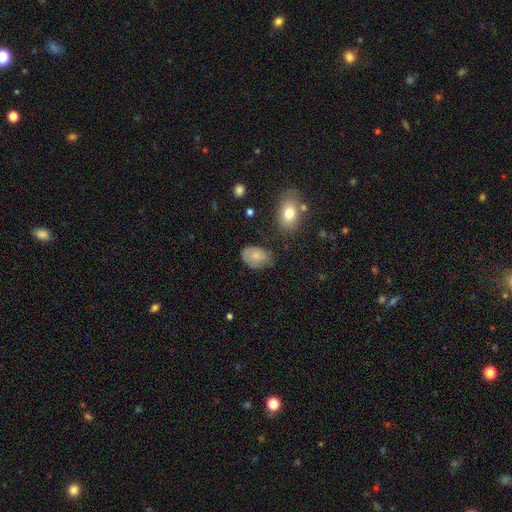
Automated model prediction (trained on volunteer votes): smooth-or-featured: smooth: 75% | featured or disk: 17% | star or artifact: 8%
  how-rounded: in between: 82% | round: 17% | cigar-shaped: 1%
  merging: none: 51% | minor disturbance: 34% | major disturbance: 12% | merger: 3%